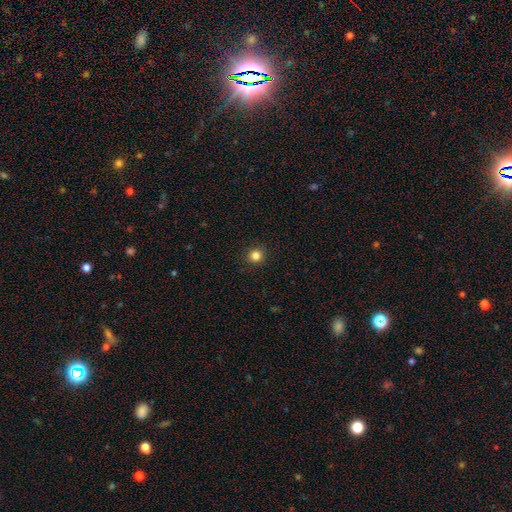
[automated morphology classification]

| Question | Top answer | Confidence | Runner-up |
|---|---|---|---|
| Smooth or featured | smooth | 84% | star or artifact (12%) |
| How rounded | round | 93% | in between (6%) |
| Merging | none | 92% | minor disturbance (5%) |